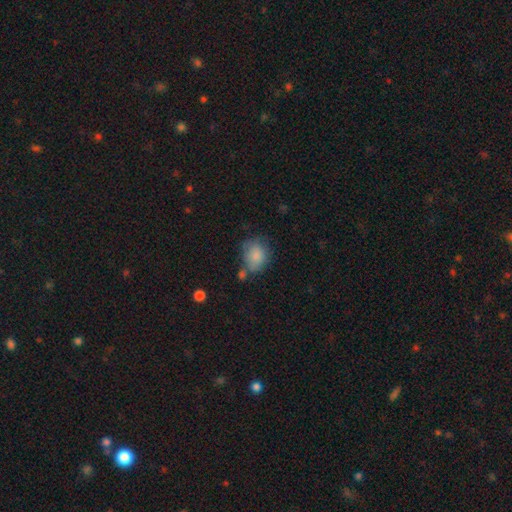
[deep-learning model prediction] Smooth or featured? Predicted: smooth (p=0.83). How rounded? Predicted: round (p=0.52). Merging? Predicted: none (p=0.47).